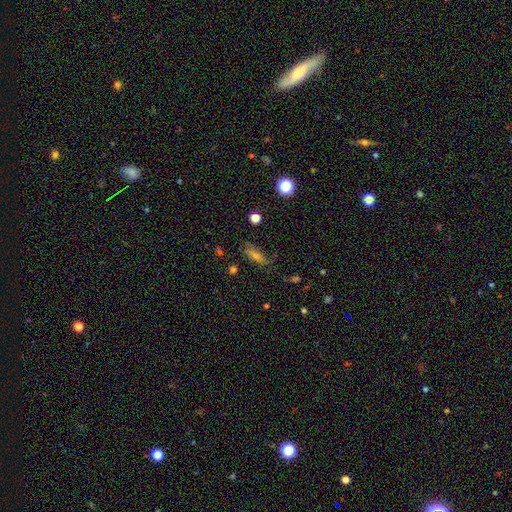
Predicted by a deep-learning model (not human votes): Overall: smooth (50%; featured or disk 29%). Merging: none (70%).